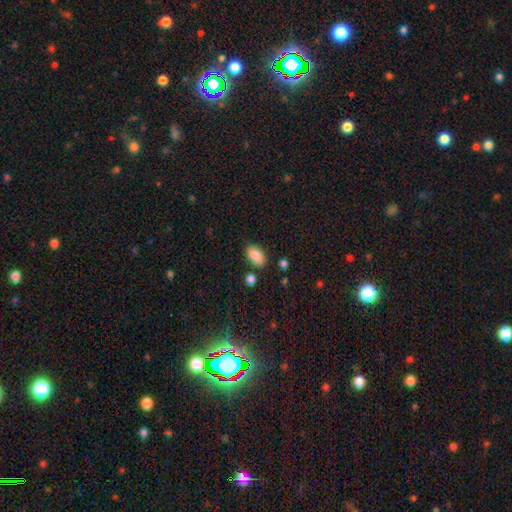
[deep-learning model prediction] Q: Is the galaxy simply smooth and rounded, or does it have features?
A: smooth — 88%.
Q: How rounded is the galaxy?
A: in between — 92%.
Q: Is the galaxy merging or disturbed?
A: none — 78%.